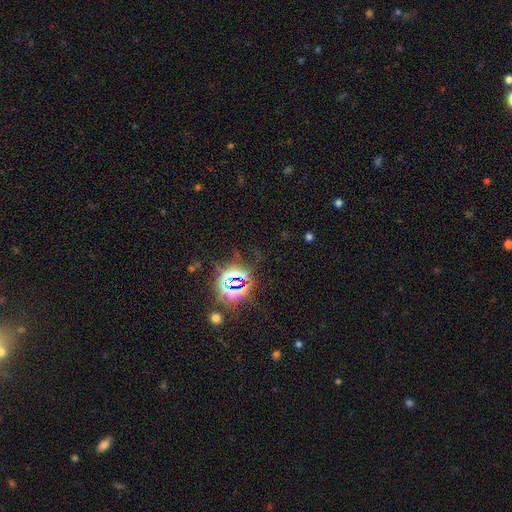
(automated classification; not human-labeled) Smooth or featured? Predicted: star or artifact (p=0.80).